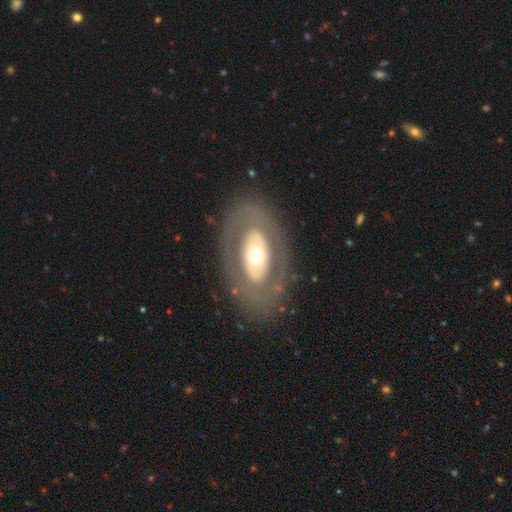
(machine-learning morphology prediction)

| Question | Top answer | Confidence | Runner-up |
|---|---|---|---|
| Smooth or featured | featured or disk | 58% | smooth (36%) |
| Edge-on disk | no | 90% | yes (10%) |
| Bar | no | 85% | weak (9%) |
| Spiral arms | no | 90% | yes (10%) |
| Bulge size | moderate | 62% | large (24%) |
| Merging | none | 80% | minor disturbance (11%) |